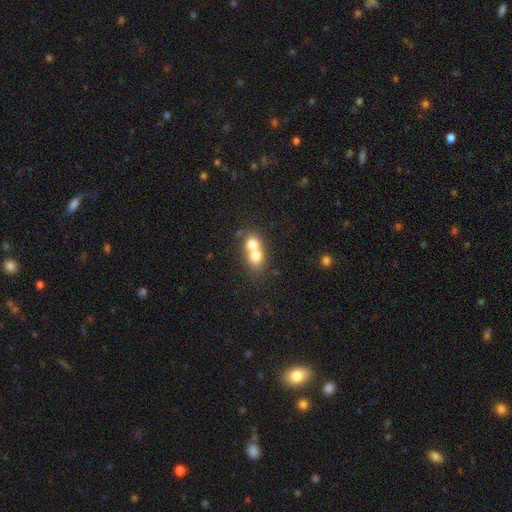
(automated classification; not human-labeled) A smooth galaxy with no disk features (70%) that is round (60%). Merging: merger (73%).